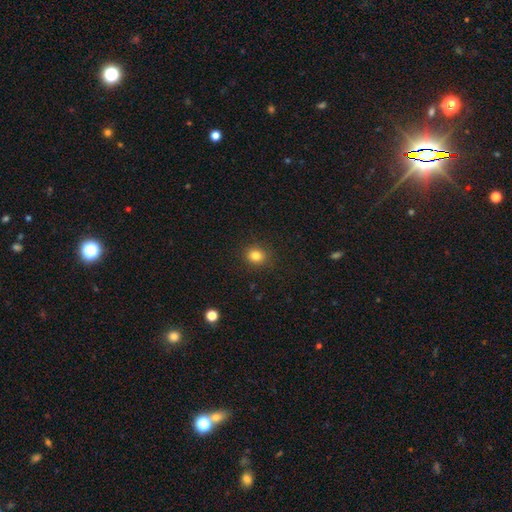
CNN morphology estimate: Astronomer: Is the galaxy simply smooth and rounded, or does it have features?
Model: smooth — 83%.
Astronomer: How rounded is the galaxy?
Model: round — 72%.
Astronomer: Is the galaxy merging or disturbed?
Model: none — 89%.